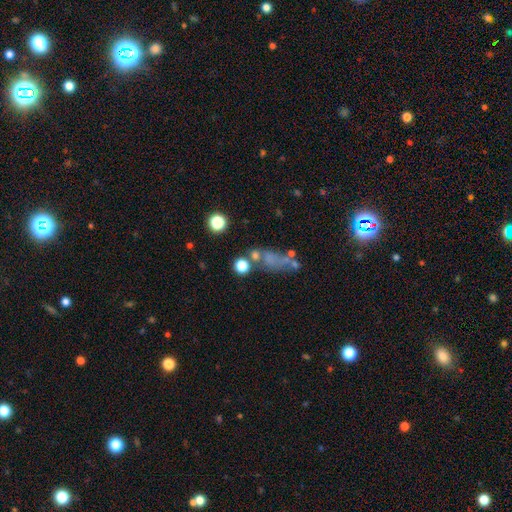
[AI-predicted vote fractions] This appears to be a smooth galaxy with no disk features (57%) that is in between round and cigar-shaped (50%). Merging: none (43%).